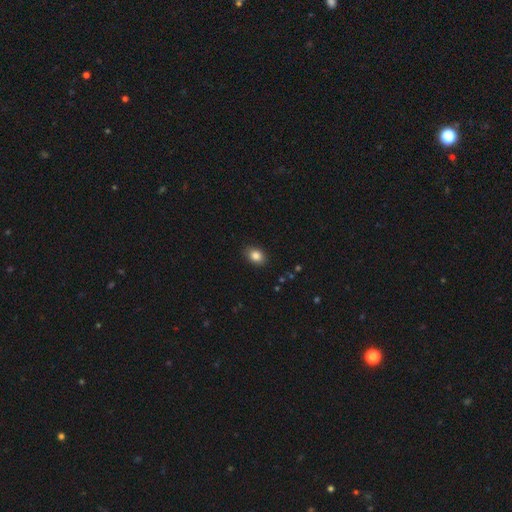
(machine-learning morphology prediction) smooth-or-featured: smooth: 85% | star or artifact: 9% | featured or disk: 6%
  how-rounded: in between: 73% | round: 26% | cigar-shaped: 1%
  merging: none: 86% | minor disturbance: 10% | major disturbance: 2% | merger: 1%